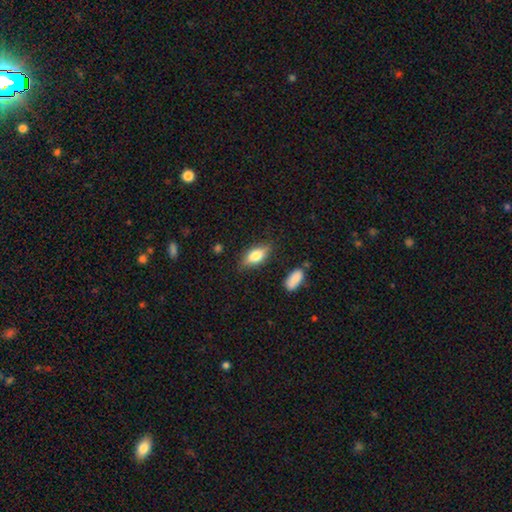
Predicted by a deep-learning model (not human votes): A smooth galaxy with no disk features (72%) that is in between round and cigar-shaped (80%).

Vote fractions:
- Smooth or featured? smooth: 72% / featured or disk: 21% / star or artifact: 7%
- How rounded? in between: 80% / cigar-shaped: 15% / round: 4%
- Merging? none: 79% / minor disturbance: 15% / major disturbance: 4% / merger: 2%